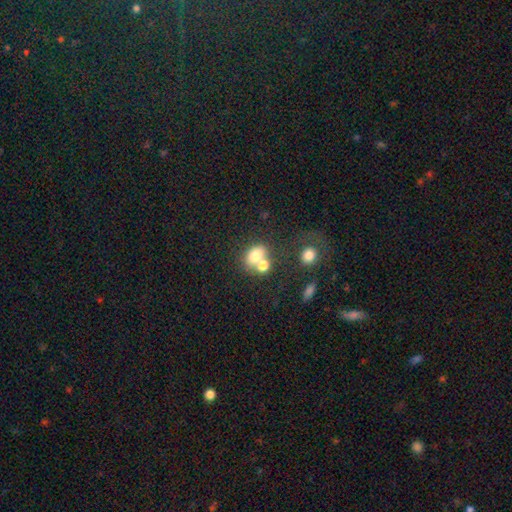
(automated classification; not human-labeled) This appears to be a smooth galaxy with no disk features (74%) that is in between round and cigar-shaped (62%). Merging: merger (50%).